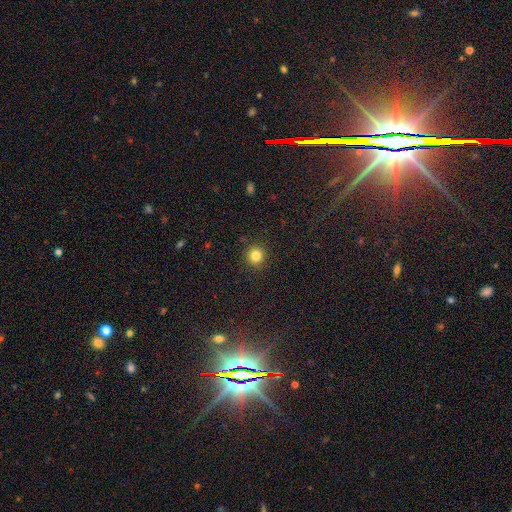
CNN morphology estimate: smooth-or-featured: smooth: 83% | star or artifact: 12% | featured or disk: 5%
  how-rounded: round: 94% | in between: 5% | cigar-shaped: 1%
  merging: none: 92% | minor disturbance: 5% | major disturbance: 2% | merger: 1%